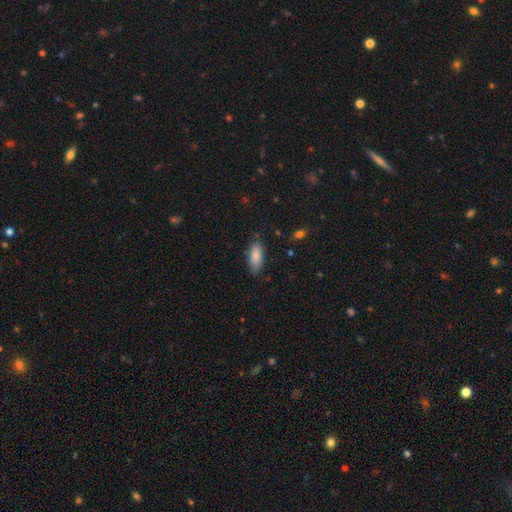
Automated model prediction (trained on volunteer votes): This is clearly a smooth galaxy (87%). How rounded: likely in between (78%). Merging: clearly none (81%).